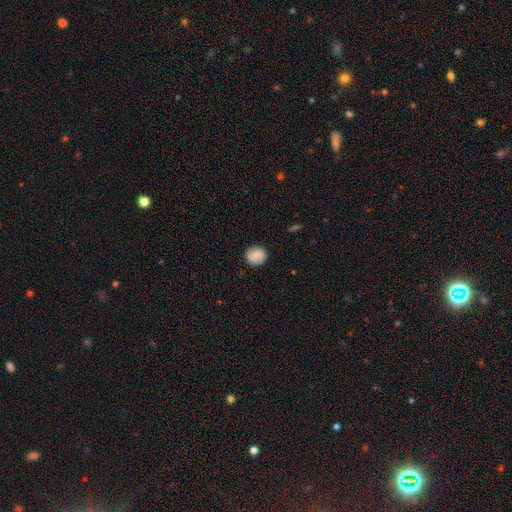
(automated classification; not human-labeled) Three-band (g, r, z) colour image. It shows a smooth galaxy with no disk features (78%) that is round (89%). Merging: none (86%).